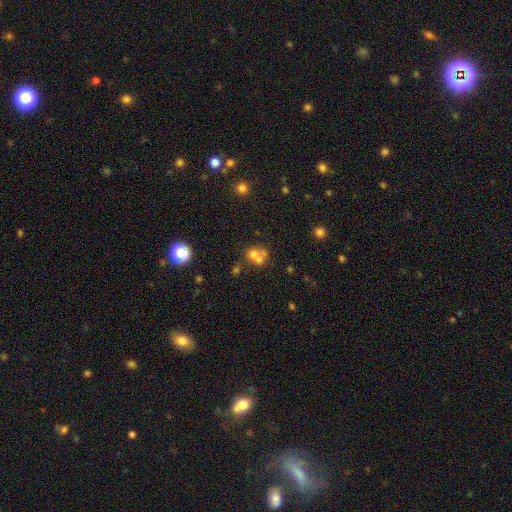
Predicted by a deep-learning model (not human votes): smooth-or-featured: smooth: 58% | featured or disk: 24% | star or artifact: 18%
  how-rounded: round: 70% | in between: 29% | cigar-shaped: 1%
  merging: merger: 57% | none: 31% | minor disturbance: 7% | major disturbance: 5%